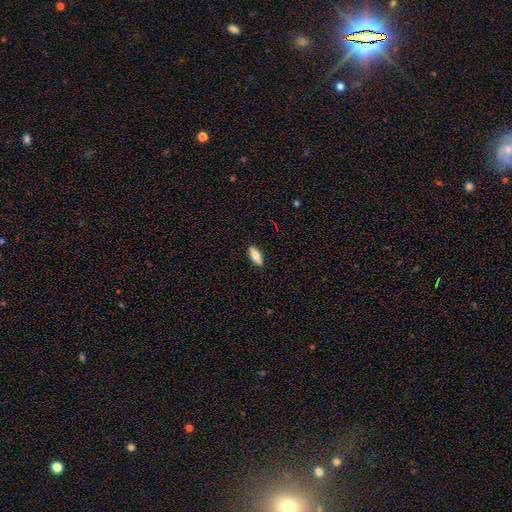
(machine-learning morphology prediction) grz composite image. It shows a smooth galaxy with no disk features (72%) that is in between round and cigar-shaped (64%). Merging: none (89%).